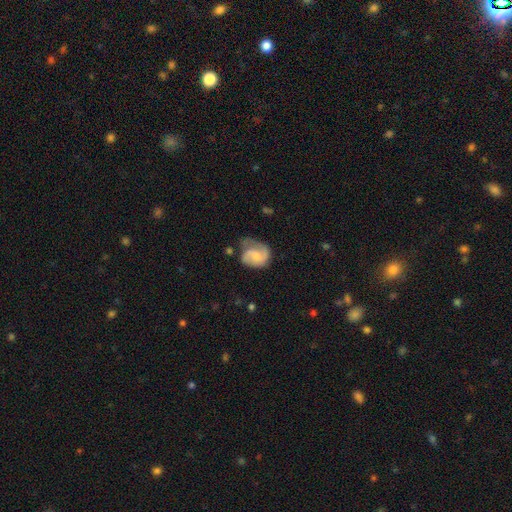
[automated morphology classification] A featured or disk galaxy (65%) with no bar (55%), 2 (73%) medium (47%) spiral arms (91%) and a small central bulge (45%).

Vote fractions:
- Smooth or featured? featured or disk: 65% / smooth: 28% / star or artifact: 7%
- Edge-on disk? no: 98% / yes: 2%
- Bar? no: 55% / weak: 37% / strong: 7%
- Spiral arms? yes: 91% / no: 9%
- Spiral winding? medium: 47% / loose: 27% / tight: 26%
- Spiral arm count? 2: 73% / 1: 13% / can't tell: 9% / 3: 3% / 4: 1% / more than 4: 1%
- Bulge size? small: 45% / moderate: 31% / none: 19% / large: 4% / dominant: 1%
- Merging? none: 48% / minor disturbance: 30% / major disturbance: 19% / merger: 4%